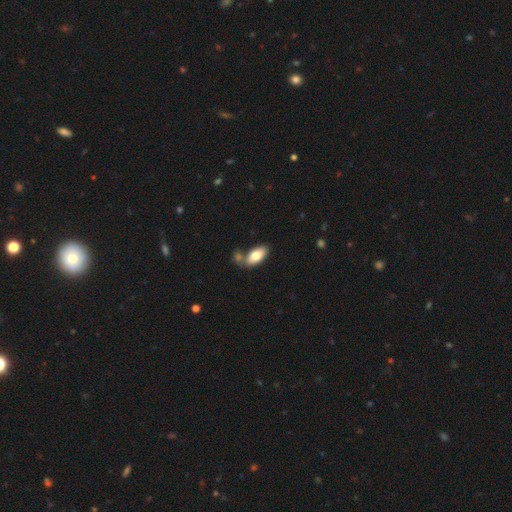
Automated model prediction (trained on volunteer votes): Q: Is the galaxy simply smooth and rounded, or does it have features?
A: smooth — 78%.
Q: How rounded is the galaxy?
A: in between — 92%.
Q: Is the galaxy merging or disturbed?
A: none — 56%.